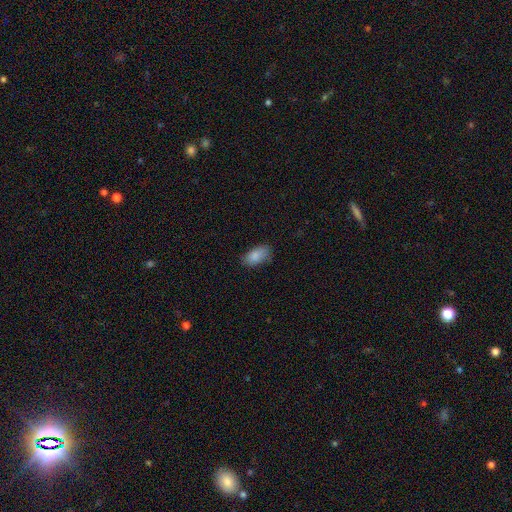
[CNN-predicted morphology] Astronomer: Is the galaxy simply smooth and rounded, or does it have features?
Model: smooth — 87%.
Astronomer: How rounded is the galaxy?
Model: in between — 93%.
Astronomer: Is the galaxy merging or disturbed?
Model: none — 76%.